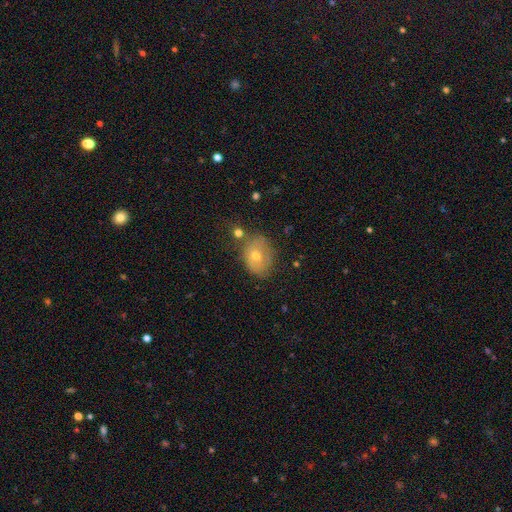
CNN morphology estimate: type=smooth (59%); roundness=in between (55%); merging=none (59%).